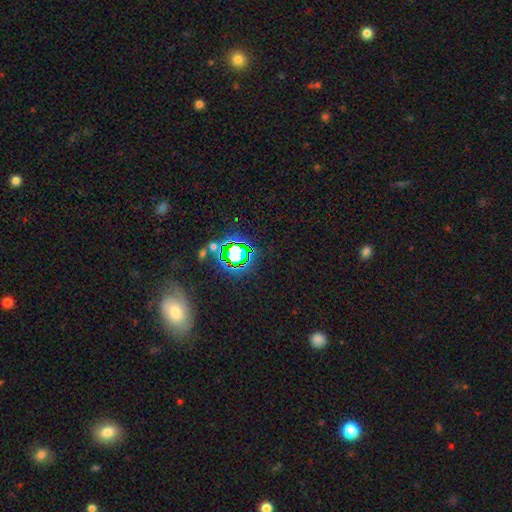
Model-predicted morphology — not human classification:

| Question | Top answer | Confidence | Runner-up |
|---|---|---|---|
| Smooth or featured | star or artifact | 47% | smooth (42%) |